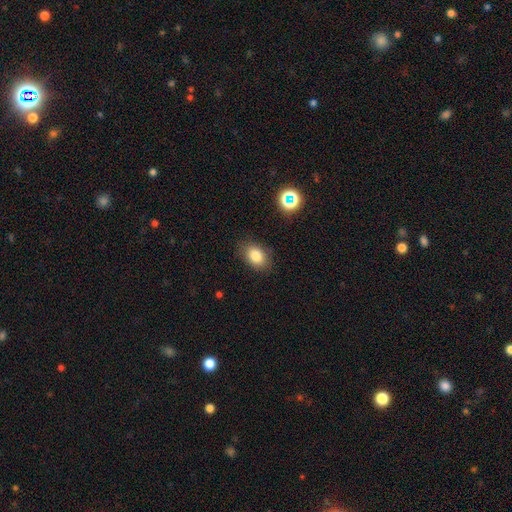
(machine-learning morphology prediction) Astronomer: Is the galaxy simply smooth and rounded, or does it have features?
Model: smooth — 82%.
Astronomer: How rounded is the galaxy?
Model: in between — 74%.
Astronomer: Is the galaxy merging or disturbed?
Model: none — 83%.